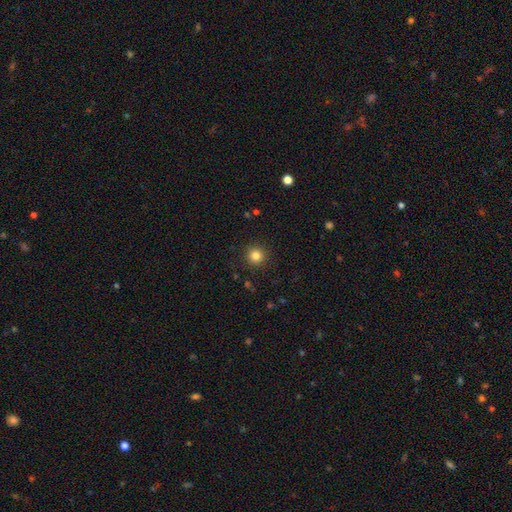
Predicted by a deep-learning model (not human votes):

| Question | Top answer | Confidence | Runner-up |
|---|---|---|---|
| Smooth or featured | smooth | 83% | star or artifact (12%) |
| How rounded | round | 95% | in between (4%) |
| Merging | none | 91% | minor disturbance (6%) |